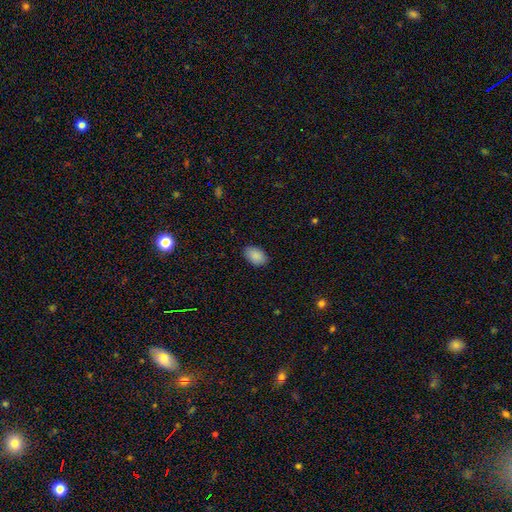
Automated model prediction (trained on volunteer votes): A smooth galaxy with no disk features (89%) that is in between round and cigar-shaped (90%).

Vote fractions:
- Smooth or featured? smooth: 89% / star or artifact: 7% / featured or disk: 3%
- How rounded? in between: 90% / round: 9% / cigar-shaped: 1%
- Merging? none: 88% / minor disturbance: 9% / major disturbance: 2% / merger: 1%